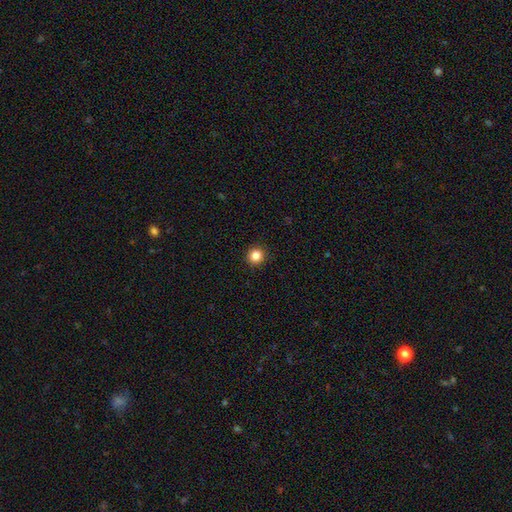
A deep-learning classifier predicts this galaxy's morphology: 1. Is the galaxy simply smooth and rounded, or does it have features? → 85% smooth, 11% star or artifact, 4% featured or disk.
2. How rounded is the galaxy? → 94% round, 5% in between, 1% cigar-shaped.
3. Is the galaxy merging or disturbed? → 93% none, 5% minor disturbance, 2% major disturbance, 1% merger.